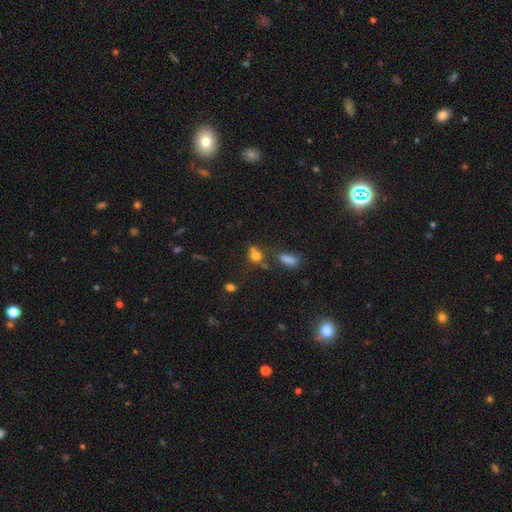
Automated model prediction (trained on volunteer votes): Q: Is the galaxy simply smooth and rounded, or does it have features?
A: smooth — 72%.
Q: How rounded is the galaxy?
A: round — 59%.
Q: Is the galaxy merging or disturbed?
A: none — 46%.